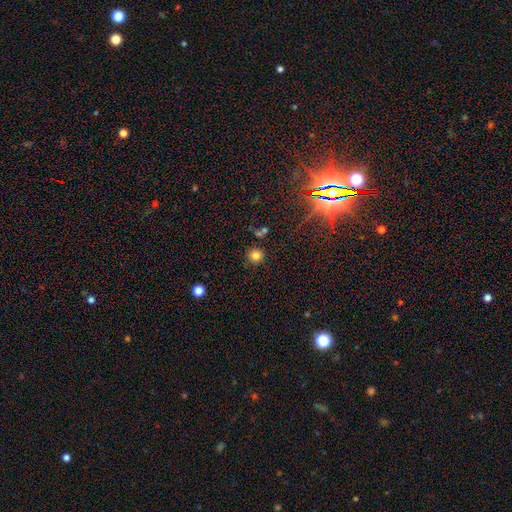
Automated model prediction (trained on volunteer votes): Smooth or featured? Predicted: smooth (p=0.79). How rounded? Predicted: round (p=0.94). Merging? Predicted: none (p=0.84).